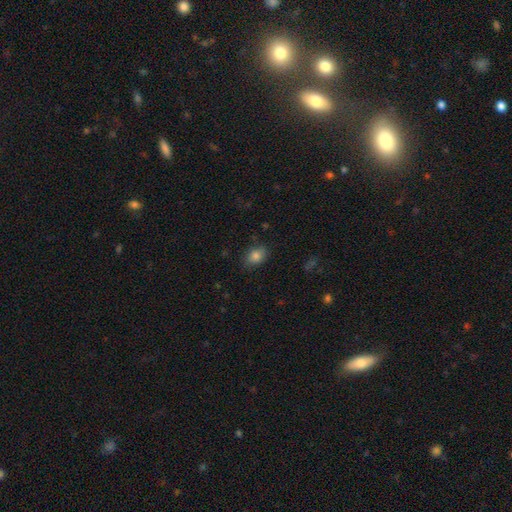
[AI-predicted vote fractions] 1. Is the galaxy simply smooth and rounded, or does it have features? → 84% smooth, 10% star or artifact, 7% featured or disk.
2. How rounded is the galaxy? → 73% in between, 26% round, 1% cigar-shaped.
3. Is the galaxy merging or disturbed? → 82% none, 14% minor disturbance, 3% major disturbance, 1% merger.